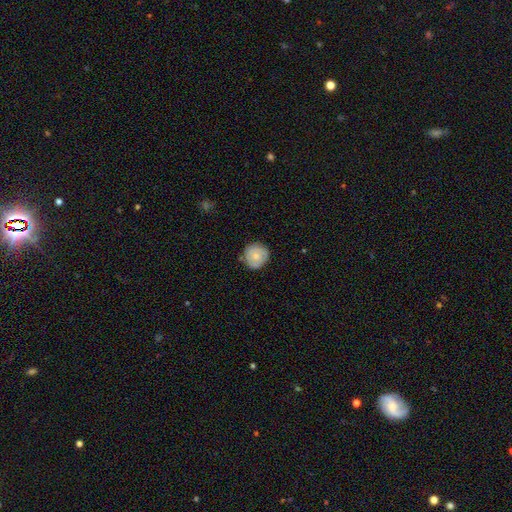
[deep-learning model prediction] This appears to be a smooth galaxy with no disk features (69%) that is round (91%). Merging: none (79%).